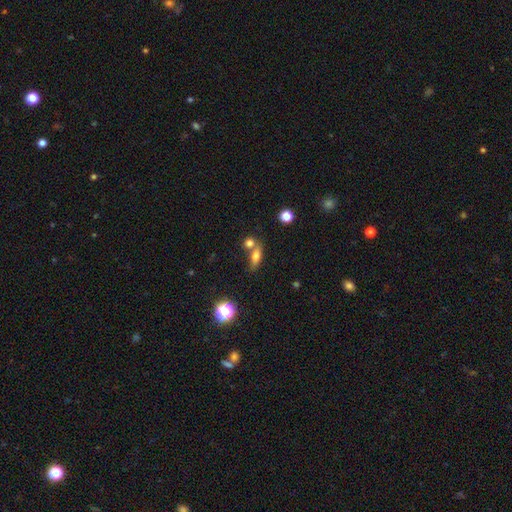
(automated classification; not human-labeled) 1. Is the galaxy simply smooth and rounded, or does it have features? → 67% smooth, 20% featured or disk, 12% star or artifact.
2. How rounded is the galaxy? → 60% in between, 29% cigar-shaped, 11% round.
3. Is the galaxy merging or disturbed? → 49% none, 34% merger, 12% minor disturbance, 5% major disturbance.